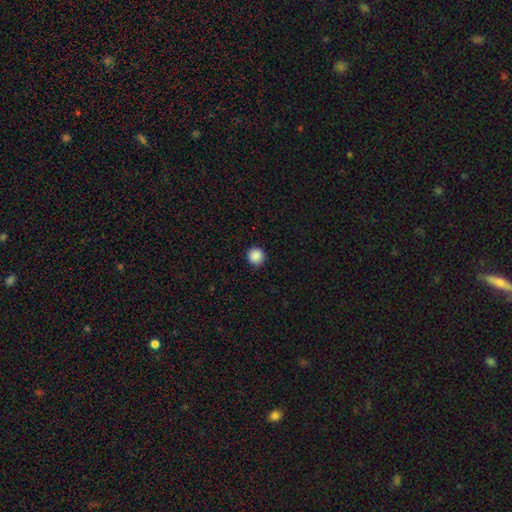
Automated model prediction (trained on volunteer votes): Q: Smooth or featured?
A: smooth (88%); runner-up: star or artifact (9%)
Q: How rounded?
A: round (95%); runner-up: in between (4%)
Q: Merging?
A: none (90%); runner-up: minor disturbance (7%)